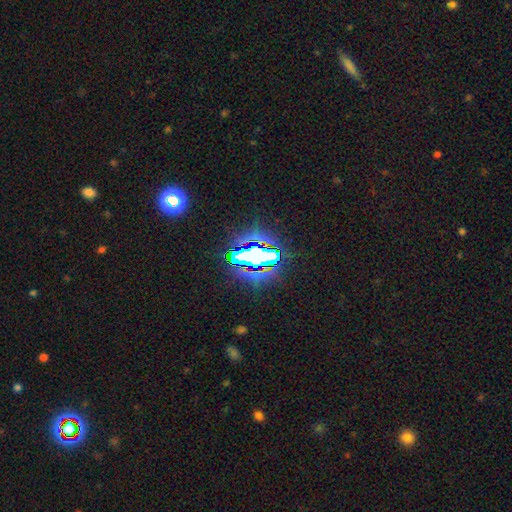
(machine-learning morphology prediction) Smooth or featured? star or artifact (70%)